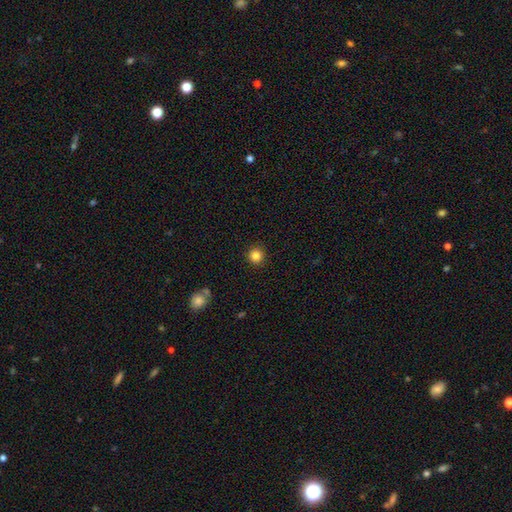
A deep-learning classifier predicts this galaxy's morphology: The model was most divided on "smooth or featured": smooth: 84%, star or artifact: 11%, featured or disk: 5%. More confident: how rounded — round (94%); merging — none (91%).